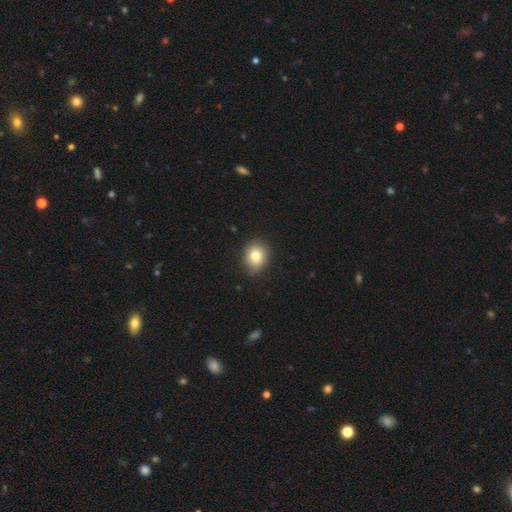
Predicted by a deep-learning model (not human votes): A smooth galaxy with no disk features (81%) that is round (65%). Merging: none (80%).